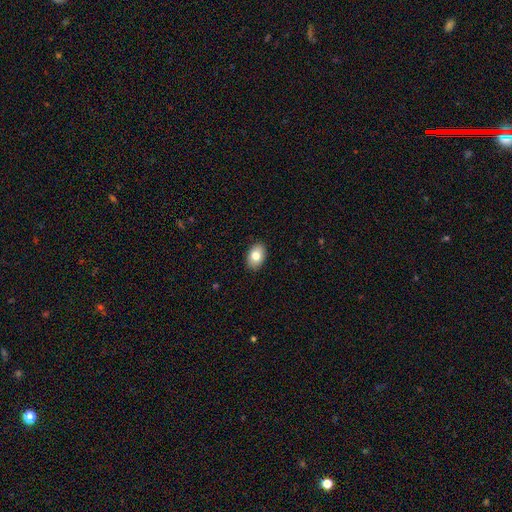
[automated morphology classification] Q: Smooth or featured?
A: smooth (81%); runner-up: featured or disk (12%)
Q: How rounded?
A: in between (85%); runner-up: round (14%)
Q: Merging?
A: none (89%); runner-up: minor disturbance (8%)